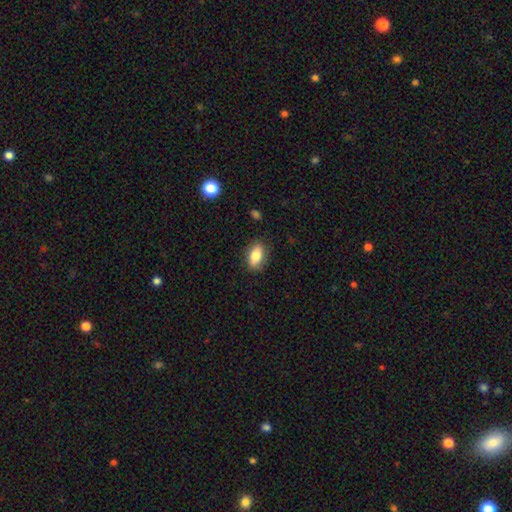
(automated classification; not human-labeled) Q: Smooth or featured?
A: smooth (82%); runner-up: featured or disk (10%)
Q: How rounded?
A: in between (88%); runner-up: round (7%)
Q: Merging?
A: none (84%); runner-up: minor disturbance (12%)